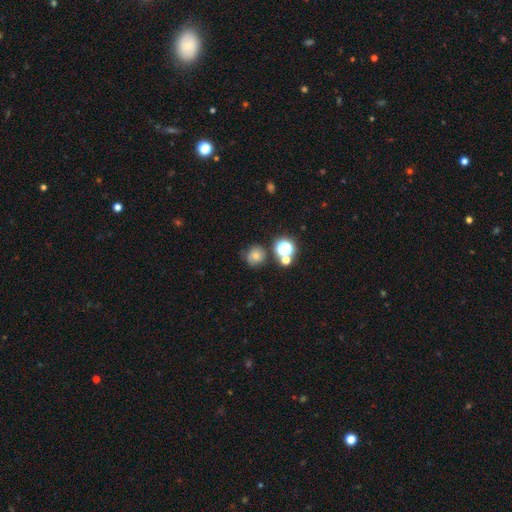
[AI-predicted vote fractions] A smooth galaxy with no disk features (64%) that is round (88%).

Vote fractions:
- Smooth or featured? smooth: 64% / star or artifact: 21% / featured or disk: 15%
- How rounded? round: 88% / in between: 11% / cigar-shaped: 1%
- Merging? none: 67% / minor disturbance: 18% / merger: 9% / major disturbance: 6%